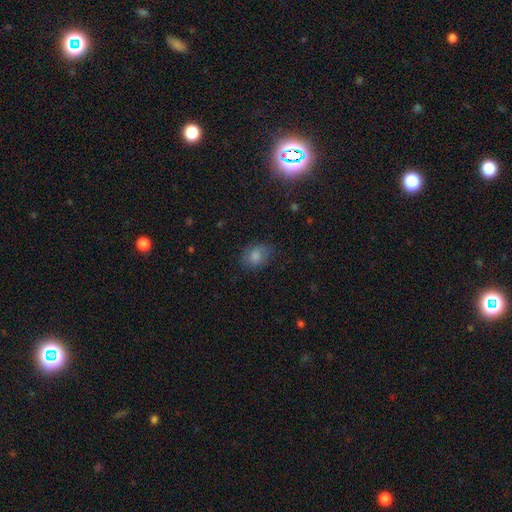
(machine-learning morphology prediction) This is likely a smooth galaxy (79%). How rounded: likely in between (62%). Merging: likely none (69%).